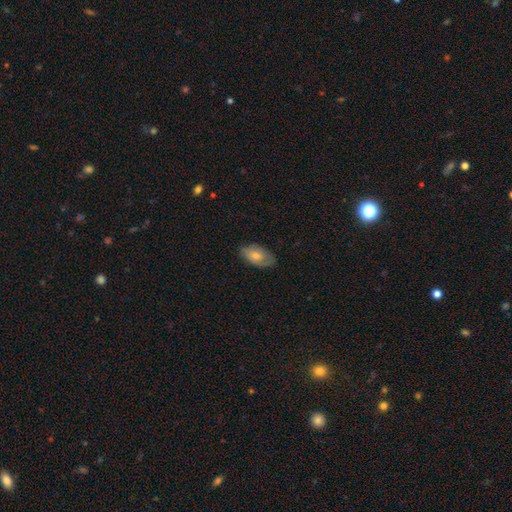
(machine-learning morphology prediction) Smooth or featured? Predicted: smooth (p=0.66). How rounded? Predicted: in between (p=0.93). Merging? Predicted: none (p=0.76).